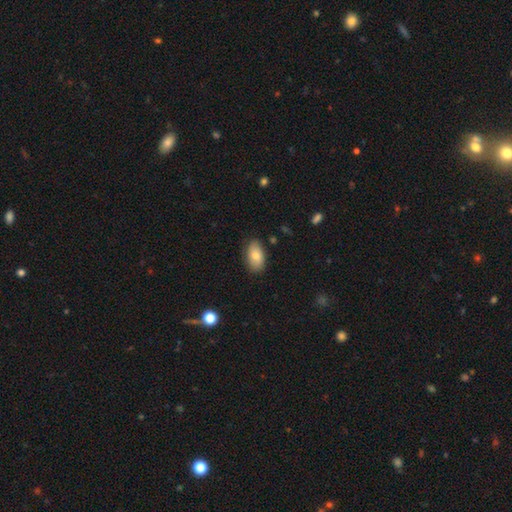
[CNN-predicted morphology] A smooth galaxy with no disk features (78%) that is in between round and cigar-shaped (93%). Merging: none (83%).